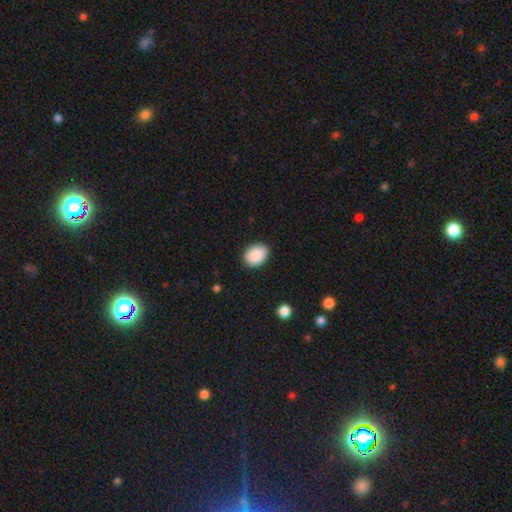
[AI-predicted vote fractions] The model was most divided on "how rounded": in between: 71%, round: 28%, cigar-shaped: 1%. More confident: smooth or featured — smooth (88%); merging — none (86%).